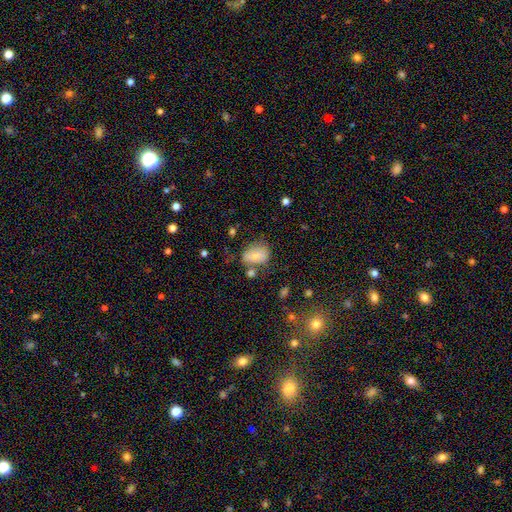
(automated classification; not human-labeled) This appears to be a smooth galaxy with no disk features (74%) that is in between round and cigar-shaped (74%). Merging: none (52%).